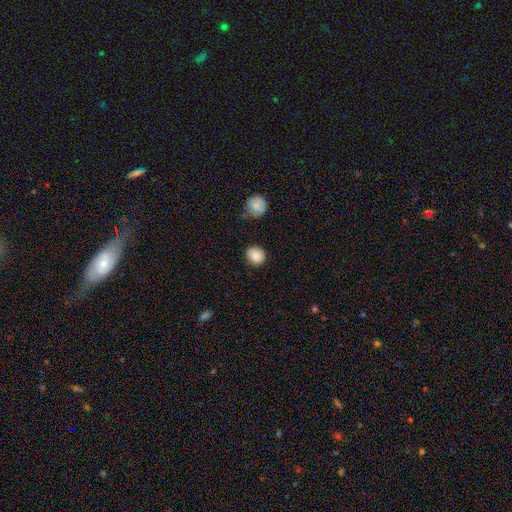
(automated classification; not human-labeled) Morphology: type=smooth (88%); roundness=round (88%); merging=none (86%).